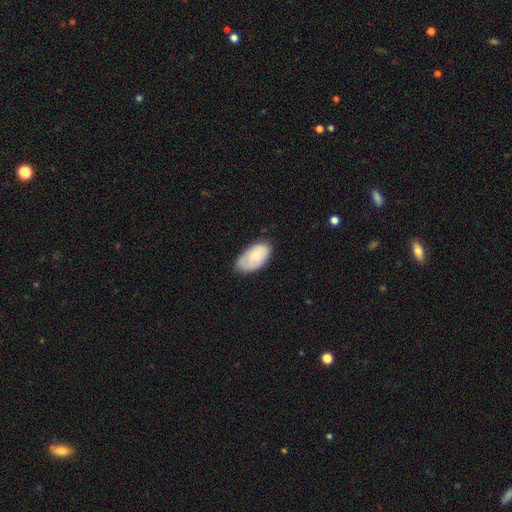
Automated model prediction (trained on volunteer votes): The model was most divided on "merging": none: 63%, minor disturbance: 30%, major disturbance: 6%, merger: 2%. More confident: how rounded — in between (95%); smooth or featured — smooth (77%).